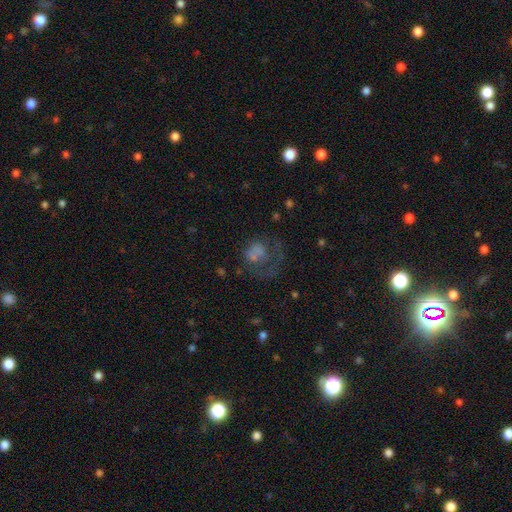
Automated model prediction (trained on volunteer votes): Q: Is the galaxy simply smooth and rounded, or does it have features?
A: smooth — 49%.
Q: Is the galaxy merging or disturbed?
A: major disturbance — 46%.